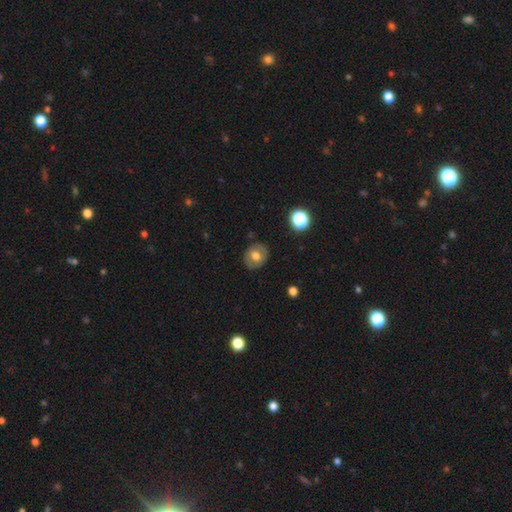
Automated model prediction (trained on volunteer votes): The model was most divided on "smooth or featured": smooth: 60%, featured or disk: 31%, star or artifact: 9%. More confident: merging — none (84%); how rounded — round (68%).